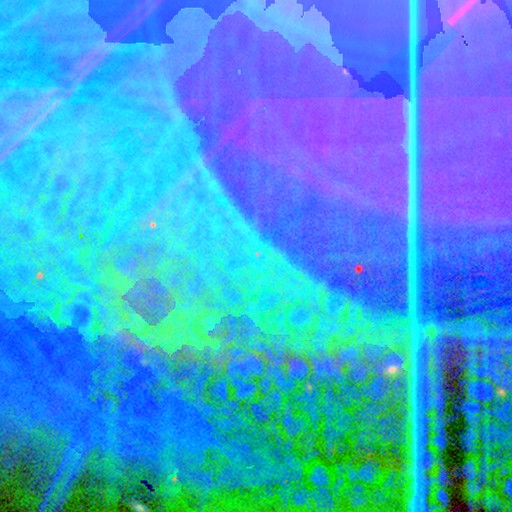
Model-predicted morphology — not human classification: Smooth or featured? Predicted: star or artifact (p=0.85).